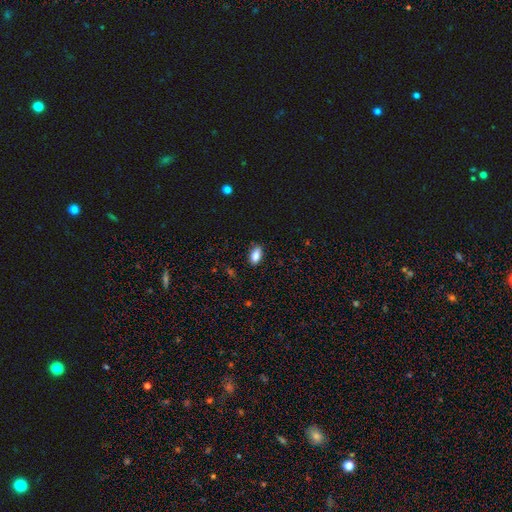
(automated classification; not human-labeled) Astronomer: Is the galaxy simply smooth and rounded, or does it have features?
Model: smooth — 85%.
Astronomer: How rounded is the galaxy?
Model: in between — 89%.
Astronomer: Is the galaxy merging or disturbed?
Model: none — 84%.